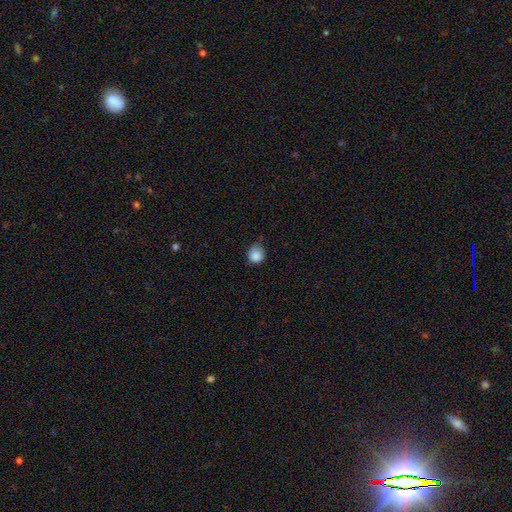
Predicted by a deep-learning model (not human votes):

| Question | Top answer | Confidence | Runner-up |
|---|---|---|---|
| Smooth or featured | smooth | 86% | star or artifact (9%) |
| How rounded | round | 85% | in between (14%) |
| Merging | none | 57% | minor disturbance (35%) |